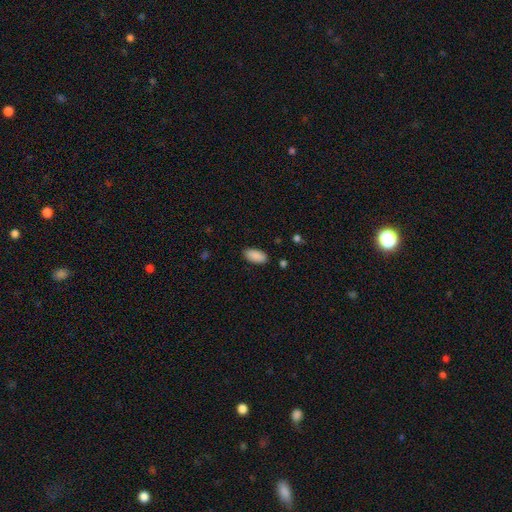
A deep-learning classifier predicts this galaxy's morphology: smooth-or-featured: smooth: 90% | star or artifact: 6% | featured or disk: 3%
  how-rounded: in between: 94% | cigar-shaped: 5% | round: 2%
  merging: none: 88% | minor disturbance: 8% | major disturbance: 2% | merger: 1%